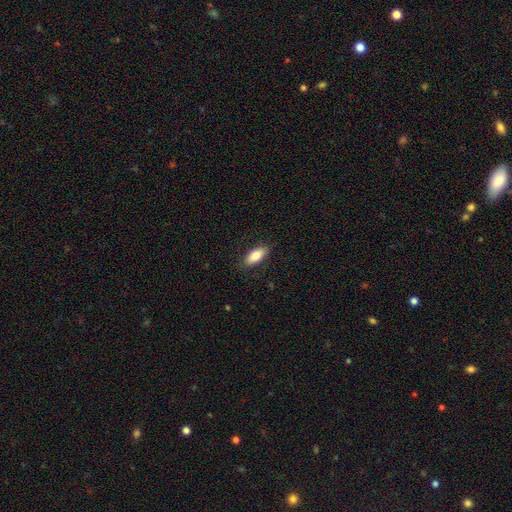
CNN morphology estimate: A smooth galaxy with no disk features (81%) that is in between round and cigar-shaped (84%).

Vote fractions:
- Smooth or featured? smooth: 81% / featured or disk: 12% / star or artifact: 6%
- How rounded? in between: 84% / cigar-shaped: 14% / round: 3%
- Merging? none: 86% / minor disturbance: 10% / major disturbance: 3% / merger: 1%